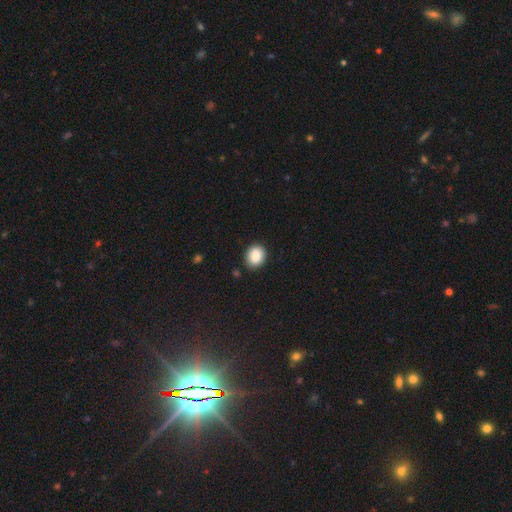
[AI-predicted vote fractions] Morphology: type=smooth (88%); roundness=round (57%); merging=none (86%).